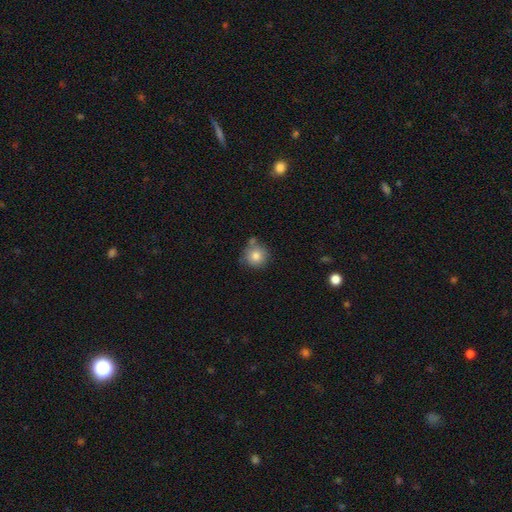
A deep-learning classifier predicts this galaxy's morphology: The model was most divided on "merging": none: 67%, minor disturbance: 16%, merger: 13%, major disturbance: 4%. More confident: how rounded — round (93%); smooth or featured — smooth (82%).